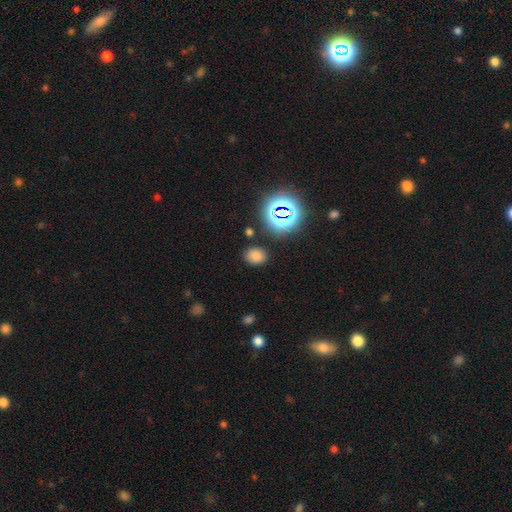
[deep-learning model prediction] smooth_or_featured: smooth (p=0.73) [alt: star or artifact p=0.21]
how_rounded: in between (p=0.53) [alt: round p=0.46]
merging: none (p=0.84) [alt: minor disturbance p=0.10]